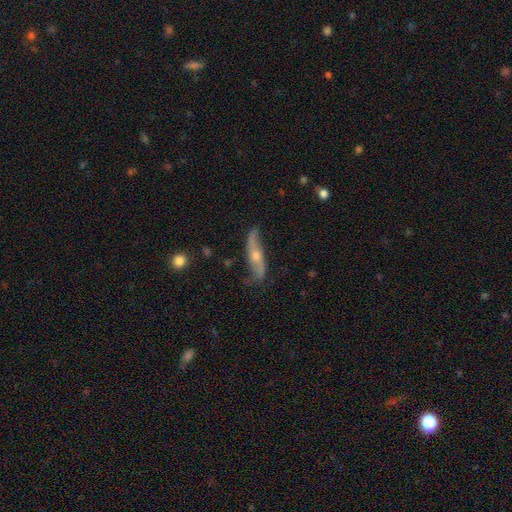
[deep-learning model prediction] Smooth or featured? featured or disk (76%)
Edge-on disk? no (68%)
Bar? no (66%)
Spiral arms? yes (91%)
Bulge size? moderate (55%)
Merging? none (73%)